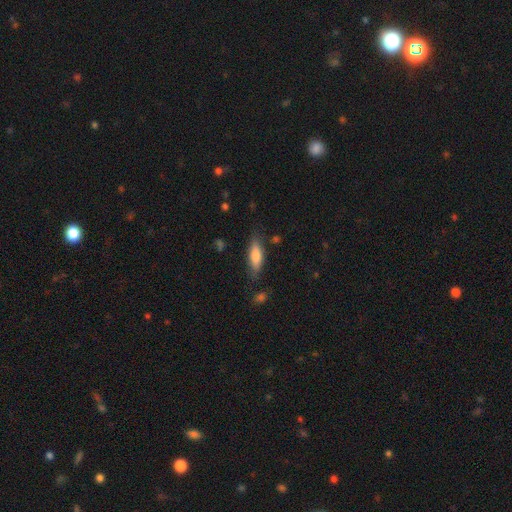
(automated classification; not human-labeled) smooth 74%, featured or disk 19%, star or artifact 6%. Down the decision tree: how rounded — in between (55%); merging — none (77%).